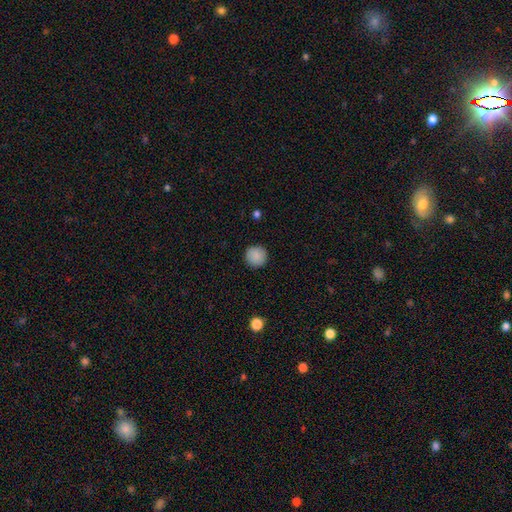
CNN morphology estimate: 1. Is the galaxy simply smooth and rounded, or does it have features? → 89% smooth, 7% star or artifact, 3% featured or disk.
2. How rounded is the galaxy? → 96% round, 3% in between, 1% cigar-shaped.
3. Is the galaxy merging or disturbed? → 92% none, 5% minor disturbance, 2% major disturbance, 1% merger.